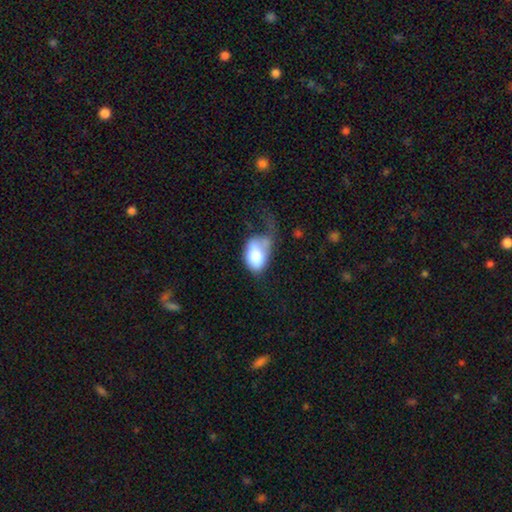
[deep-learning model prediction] A smooth galaxy with no disk features (74%) that is in between round and cigar-shaped (80%). Merging: major disturbance (43%).